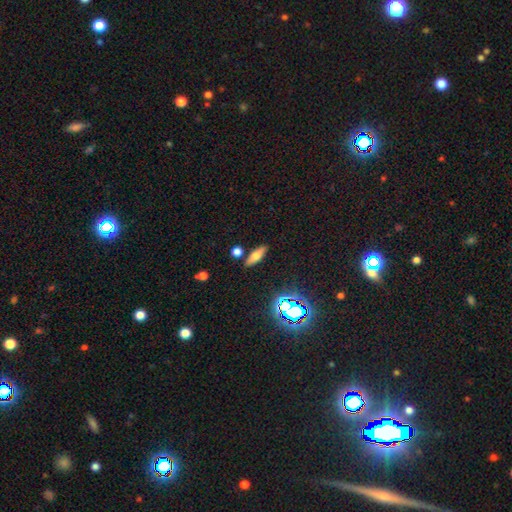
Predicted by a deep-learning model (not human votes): Q: Smooth or featured?
A: smooth (59%); runner-up: featured or disk (26%)
Q: How rounded?
A: in between (55%); runner-up: cigar-shaped (40%)
Q: Merging?
A: none (83%); runner-up: minor disturbance (9%)